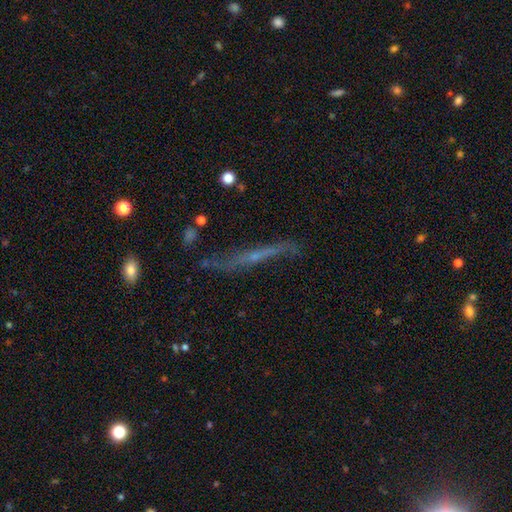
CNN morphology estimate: Overall: featured or disk (67%). Edge-on disk: yes (75%). Edge-on bulge: none (47%; rounded 46%). Merging: none (67%).